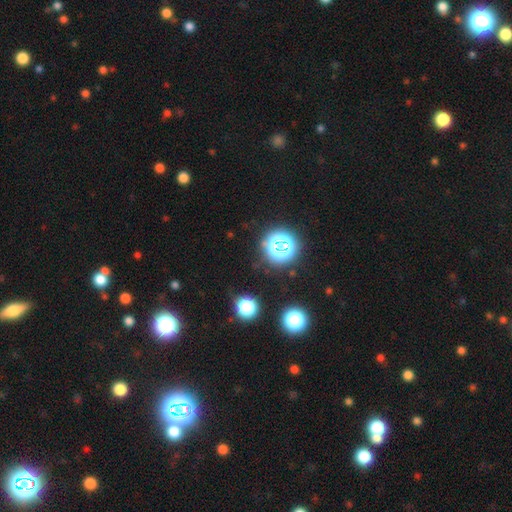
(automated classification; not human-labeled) smooth_or_featured: star or artifact (p=0.73) [alt: smooth p=0.20]